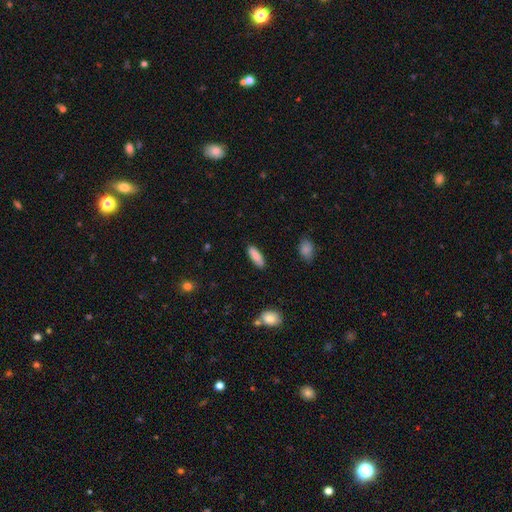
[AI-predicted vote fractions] A smooth galaxy with no disk features (84%) that is in between round and cigar-shaped (65%).

Vote fractions:
- Smooth or featured? smooth: 84% / featured or disk: 10% / star or artifact: 7%
- How rounded? in between: 65% / cigar-shaped: 33% / round: 2%
- Merging? none: 87% / minor disturbance: 9% / major disturbance: 2% / merger: 2%